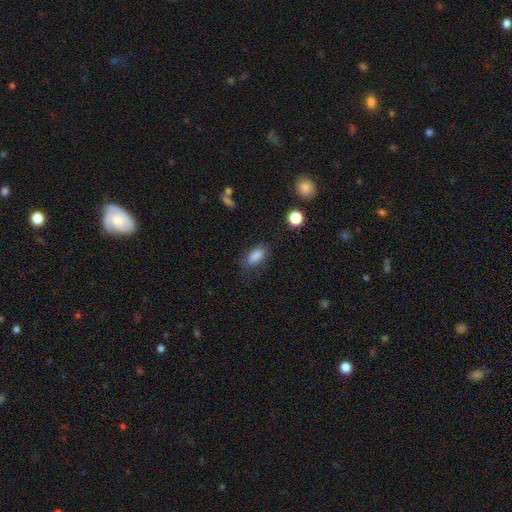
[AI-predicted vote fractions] Q: Smooth or featured?
A: smooth (85%); runner-up: star or artifact (9%)
Q: How rounded?
A: in between (85%); runner-up: cigar-shaped (9%)
Q: Merging?
A: none (73%); runner-up: minor disturbance (18%)